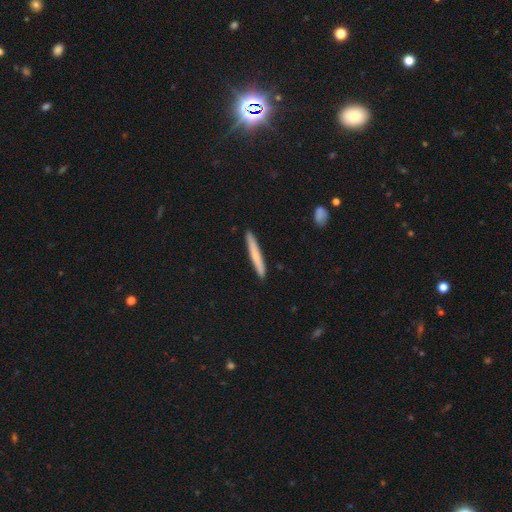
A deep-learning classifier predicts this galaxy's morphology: Overall: smooth (68%). How rounded: cigar-shaped (96%). Merging: none (91%).